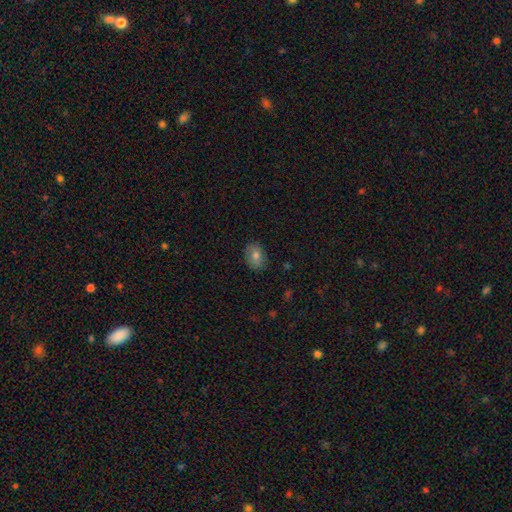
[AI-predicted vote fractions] Smooth or featured? smooth (74%)
How rounded? in between (73%)
Merging? none (84%)